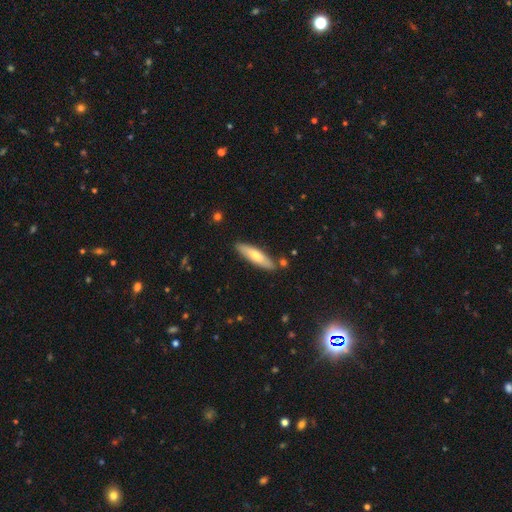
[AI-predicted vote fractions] Smooth or featured? Predicted: smooth (p=0.63). How rounded? Predicted: cigar-shaped (p=0.71). Merging? Predicted: none (p=0.85).